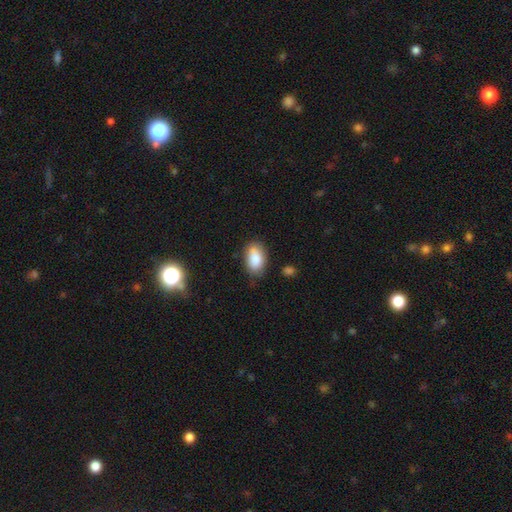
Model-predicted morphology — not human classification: Smooth or featured? smooth (85%)
How rounded? in between (92%)
Merging? none (73%)